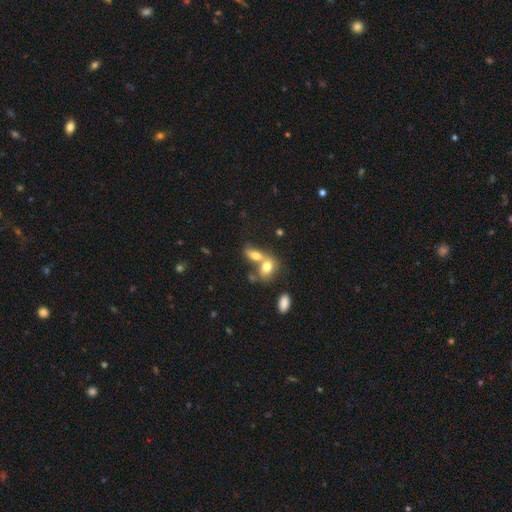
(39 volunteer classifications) Q: Smooth or featured?
A: smooth (85%); runner-up: featured or disk (8%)
Q: How rounded?
A: in between (91%); runner-up: round (6%)
Q: Merging?
A: merger (64%); runner-up: none (28%)